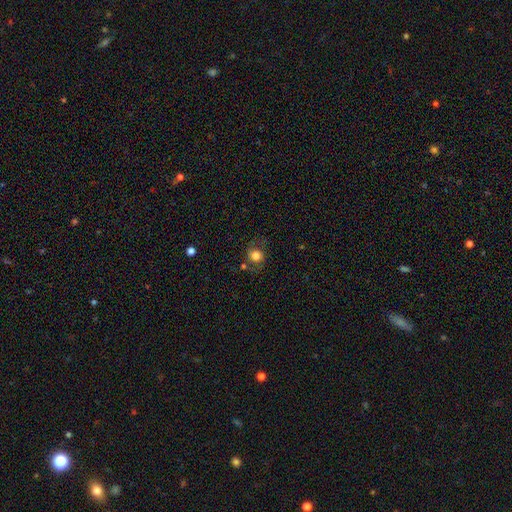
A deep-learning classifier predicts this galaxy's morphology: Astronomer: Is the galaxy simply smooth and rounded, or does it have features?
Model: smooth — 71%.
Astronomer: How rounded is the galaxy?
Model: round — 81%.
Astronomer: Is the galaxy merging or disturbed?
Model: none — 66%.